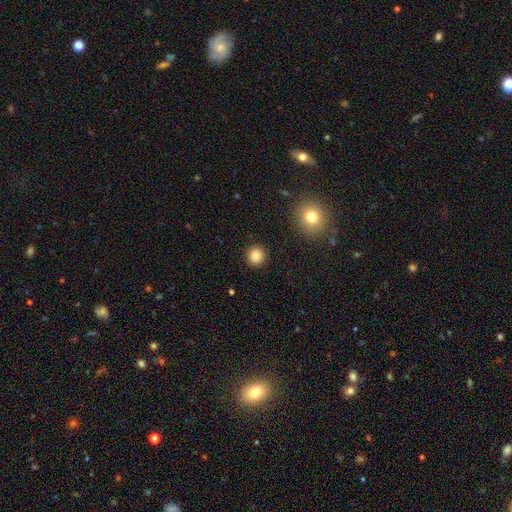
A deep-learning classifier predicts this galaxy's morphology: A smooth galaxy with no disk features (85%) that is round (92%).

Vote fractions:
- Smooth or featured? smooth: 85% / star or artifact: 11% / featured or disk: 4%
- How rounded? round: 92% / in between: 7% / cigar-shaped: 1%
- Merging? none: 91% / minor disturbance: 5% / major disturbance: 2% / merger: 1%